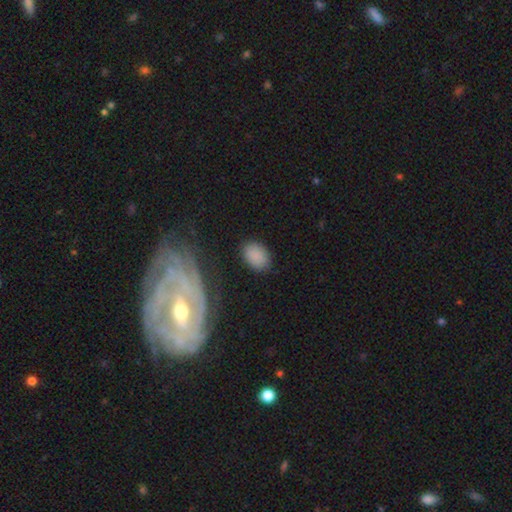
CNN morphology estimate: Smooth or featured? Predicted: smooth (p=0.86). How rounded? Predicted: in between (p=0.82). Merging? Predicted: none (p=0.84).